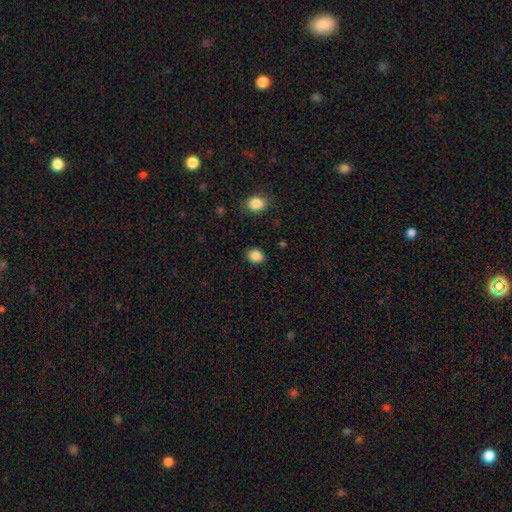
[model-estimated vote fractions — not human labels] Morphology: type=smooth (87%); roundness=in between (54%); merging=none (87%).